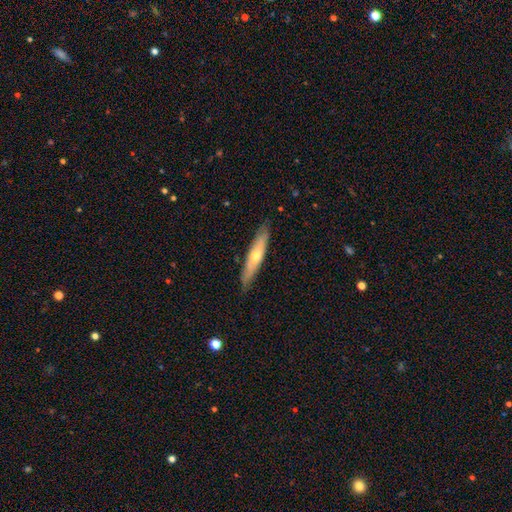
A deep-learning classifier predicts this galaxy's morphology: Smooth or featured?
  - featured or disk: 53% *
  - smooth: 41%
  - star or artifact: 6%
Edge-on disk?
  - yes: 78% *
  - no: 22%
Merging?
  - none: 86% *
  - minor disturbance: 11%
  - major disturbance: 2%
  - merger: 1%